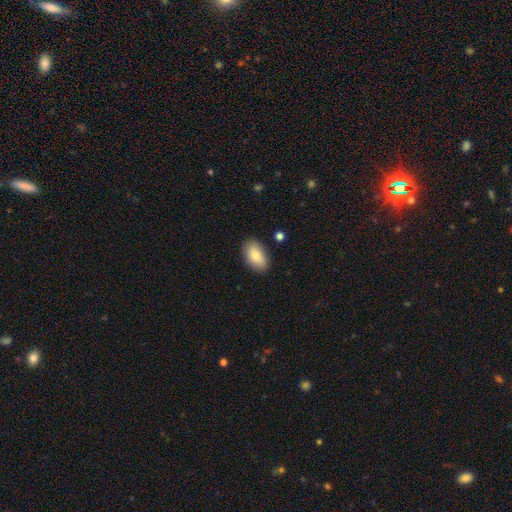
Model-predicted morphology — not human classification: Smooth or featured?
  - smooth: 80% *
  - featured or disk: 13%
  - star or artifact: 7%
How rounded?
  - in between: 93% *
  - round: 5%
  - cigar-shaped: 2%
Merging?
  - none: 85% *
  - minor disturbance: 11%
  - major disturbance: 2%
  - merger: 2%